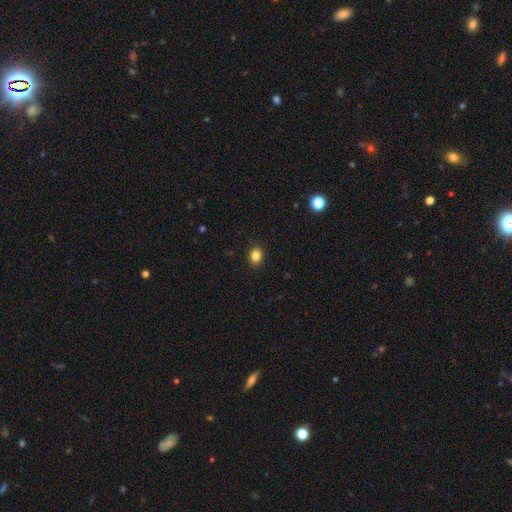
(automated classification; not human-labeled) Overall: smooth (85%). How rounded: in between (55%; round 44%). Merging: none (89%).